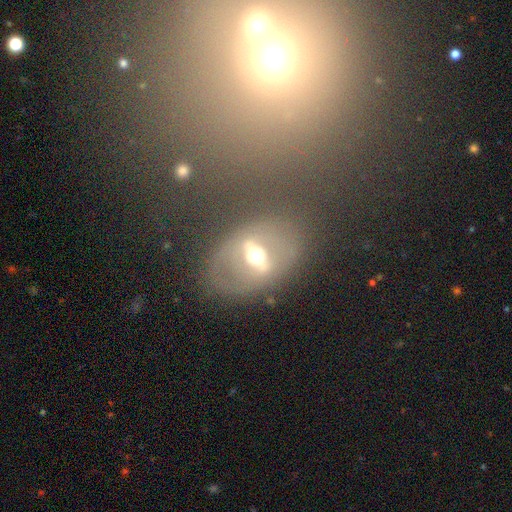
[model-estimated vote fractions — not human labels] A featured or disk galaxy (71%) with a strong bar (66%), no spiral arms (73%) and a moderate central bulge (72%).

Vote fractions:
- Smooth or featured? featured or disk: 71% / smooth: 19% / star or artifact: 10%
- Edge-on disk? no: 81% / yes: 19%
- Bar? strong: 66% / weak: 24% / no: 11%
- Spiral arms? no: 73% / yes: 27%
- Bulge size? moderate: 72% / small: 15% / large: 10% / dominant: 1% / none: 1%
- Merging? none: 72% / minor disturbance: 14% / major disturbance: 10% / merger: 4%